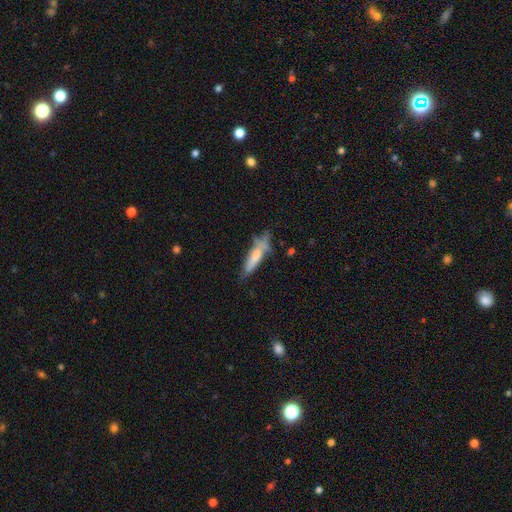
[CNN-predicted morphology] Smooth or featured?
  - smooth: 65% *
  - featured or disk: 27%
  - star or artifact: 8%
How rounded?
  - cigar-shaped: 72% *
  - in between: 26%
  - round: 2%
Merging?
  - none: 46% *
  - minor disturbance: 29%
  - major disturbance: 15%
  - merger: 11%